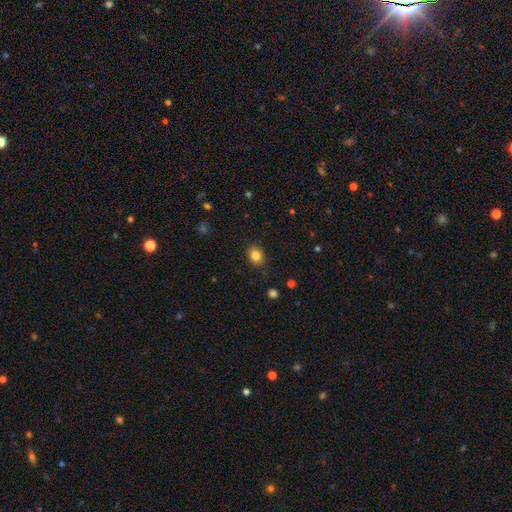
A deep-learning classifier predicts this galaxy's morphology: Smooth or featured?
  - smooth: 83% *
  - star or artifact: 11%
  - featured or disk: 6%
How rounded?
  - round: 65% *
  - in between: 34%
  - cigar-shaped: 1%
Merging?
  - none: 85% *
  - minor disturbance: 11%
  - major disturbance: 3%
  - merger: 1%